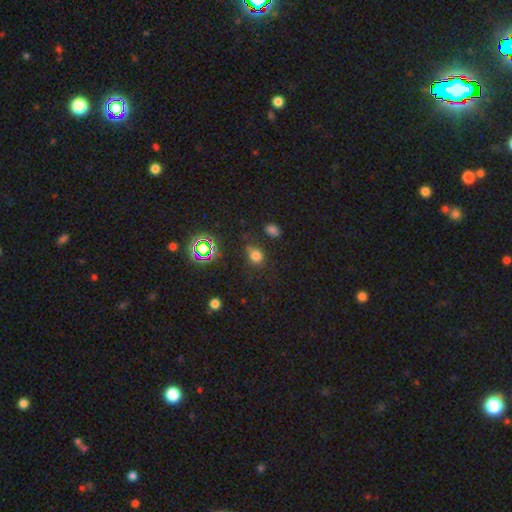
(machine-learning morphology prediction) smooth_or_featured: smooth (p=0.70) [alt: star or artifact p=0.24]
how_rounded: round (p=0.68) [alt: in between p=0.31]
merging: none (p=0.71) [alt: minor disturbance p=0.16]